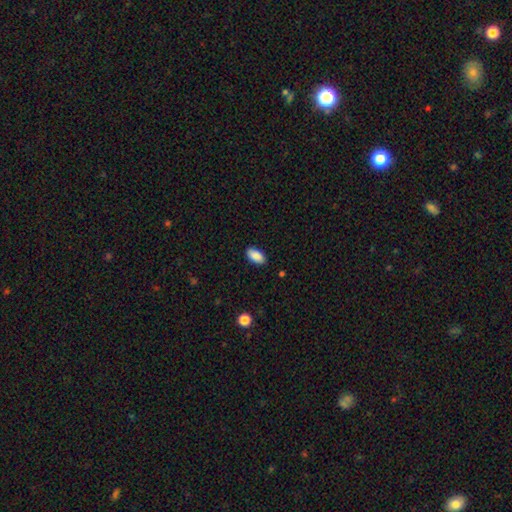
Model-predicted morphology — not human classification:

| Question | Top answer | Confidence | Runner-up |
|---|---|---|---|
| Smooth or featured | smooth | 89% | star or artifact (7%) |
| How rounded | in between | 93% | cigar-shaped (4%) |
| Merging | none | 87% | minor disturbance (10%) |